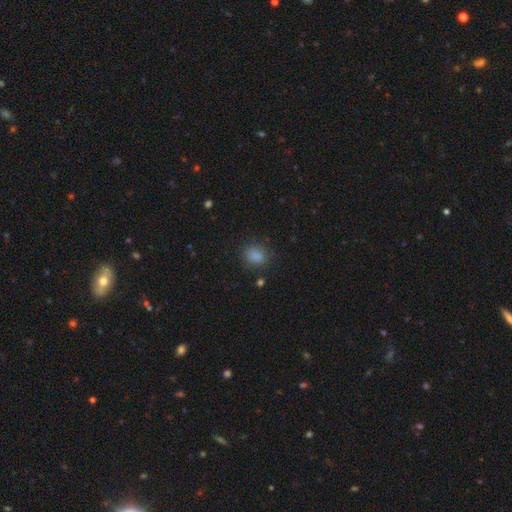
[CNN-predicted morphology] A smooth galaxy with no disk features (84%) that is round (54%).

Vote fractions:
- Smooth or featured? smooth: 84% / star or artifact: 11% / featured or disk: 4%
- How rounded? round: 54% / in between: 44% / cigar-shaped: 1%
- Merging? none: 80% / minor disturbance: 13% / major disturbance: 5% / merger: 2%